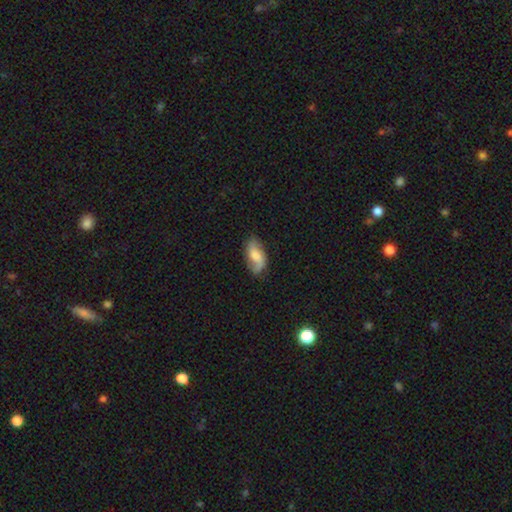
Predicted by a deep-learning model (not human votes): Smooth or featured?
  - featured or disk: 58% *
  - smooth: 35%
  - star or artifact: 7%
Edge-on disk?
  - no: 94% *
  - yes: 6%
Bar?
  - no: 46% *
  - weak: 42%
  - strong: 12%
Spiral arms?
  - yes: 90% *
  - no: 10%
Bulge size?
  - moderate: 48% *
  - small: 27%
  - large: 13%
  - none: 10%
  - dominant: 2%
Merging?
  - none: 73% *
  - minor disturbance: 20%
  - major disturbance: 6%
  - merger: 2%